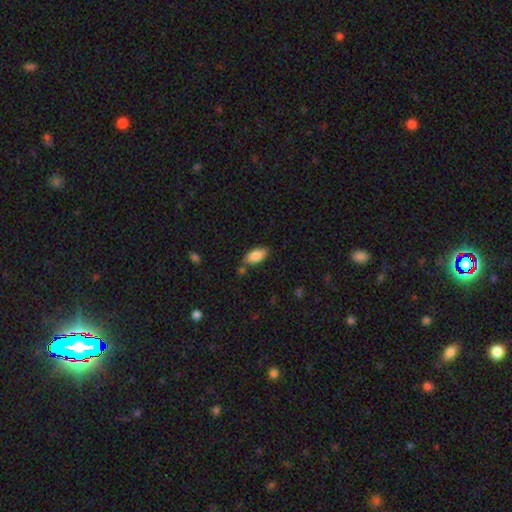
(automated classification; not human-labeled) This is clearly a smooth galaxy (86%). How rounded: clearly in between (90%). Merging: likely none (72%).